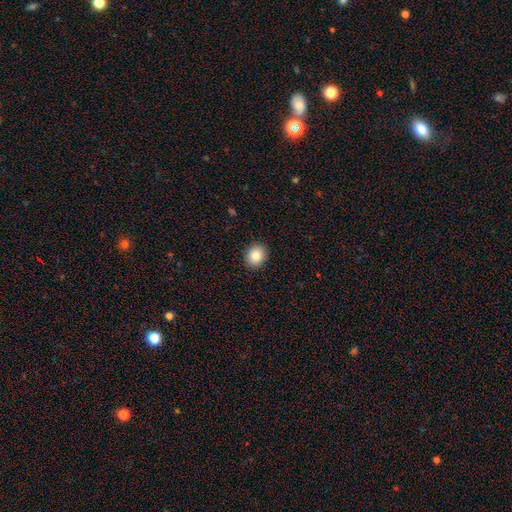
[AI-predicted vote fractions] A smooth galaxy with no disk features (83%) that is round (65%). Merging: none (91%).